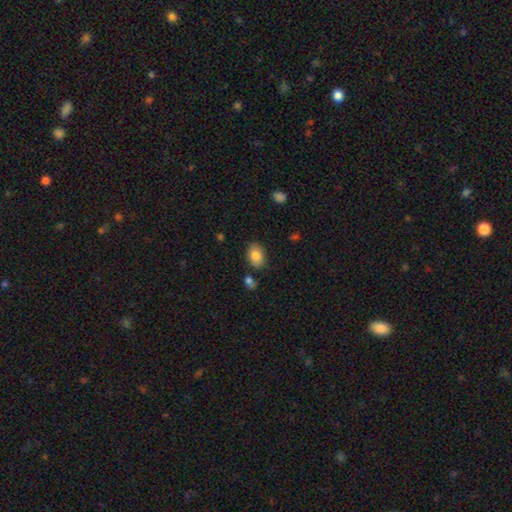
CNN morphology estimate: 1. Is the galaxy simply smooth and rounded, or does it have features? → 83% smooth, 10% featured or disk, 8% star or artifact.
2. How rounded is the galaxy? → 82% in between, 17% round, 1% cigar-shaped.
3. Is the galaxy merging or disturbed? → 81% none, 13% minor disturbance, 4% merger, 3% major disturbance.